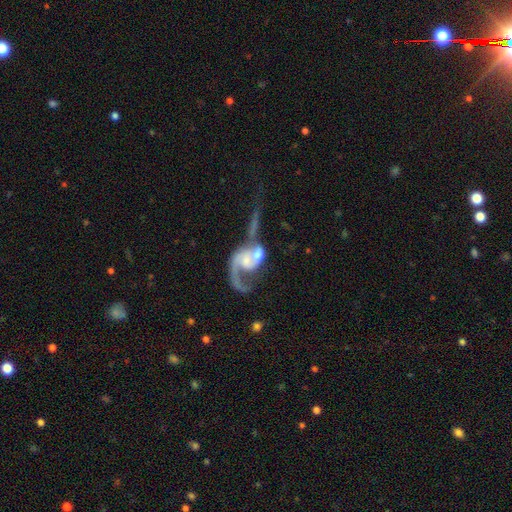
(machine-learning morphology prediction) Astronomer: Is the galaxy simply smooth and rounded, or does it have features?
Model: featured or disk — 81%.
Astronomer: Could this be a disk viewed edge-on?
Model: no — 97%.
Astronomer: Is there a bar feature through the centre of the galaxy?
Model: no — 60%.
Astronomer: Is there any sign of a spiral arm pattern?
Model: yes — 88%.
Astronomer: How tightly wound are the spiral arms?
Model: loose — 57%.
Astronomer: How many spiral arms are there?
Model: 1 — 47% (runner-up: 2, 44%).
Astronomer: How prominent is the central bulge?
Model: moderate — 38% (runner-up: small, 34%).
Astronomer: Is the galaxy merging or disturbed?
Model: merger — 57%.